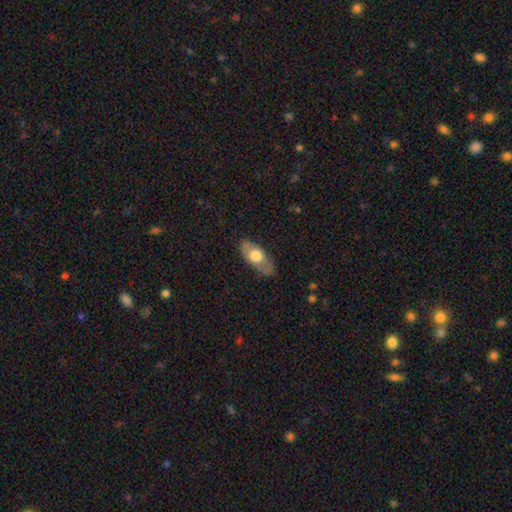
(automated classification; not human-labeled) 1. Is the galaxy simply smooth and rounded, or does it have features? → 60% smooth, 35% featured or disk, 6% star or artifact.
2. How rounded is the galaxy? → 85% in between, 10% cigar-shaped, 4% round.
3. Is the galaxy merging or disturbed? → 79% none, 16% minor disturbance, 4% major disturbance, 1% merger.